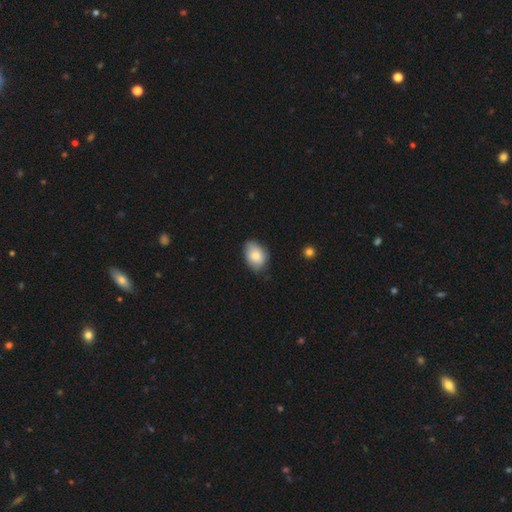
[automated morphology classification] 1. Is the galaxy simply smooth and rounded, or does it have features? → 80% smooth, 13% featured or disk, 7% star or artifact.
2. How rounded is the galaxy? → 80% in between, 19% round, 1% cigar-shaped.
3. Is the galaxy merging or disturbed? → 68% none, 27% minor disturbance, 4% major disturbance, 1% merger.